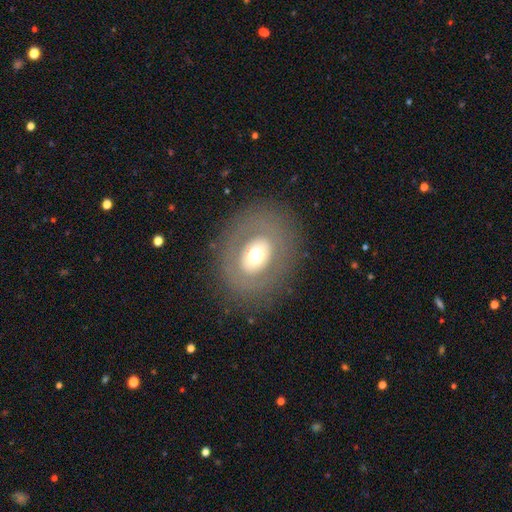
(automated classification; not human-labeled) Q: Smooth or featured?
A: smooth (51%); runner-up: featured or disk (39%)
Q: How rounded?
A: in between (51%); runner-up: round (48%)
Q: Merging?
A: none (82%); runner-up: minor disturbance (9%)